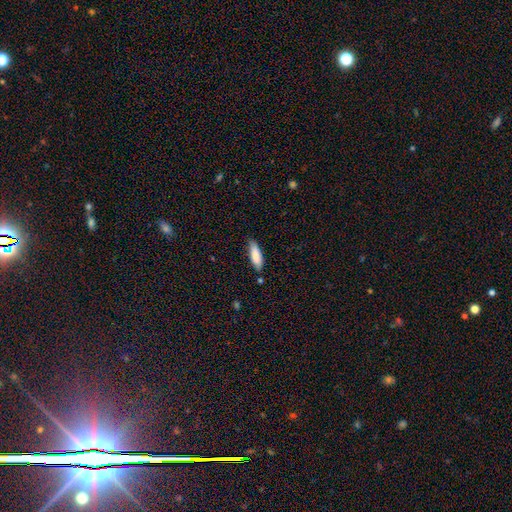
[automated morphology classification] smooth-or-featured: smooth: 84% | featured or disk: 11% | star or artifact: 6%
  how-rounded: in between: 59% | cigar-shaped: 40% | round: 2%
  merging: none: 78% | minor disturbance: 17% | merger: 3% | major disturbance: 2%